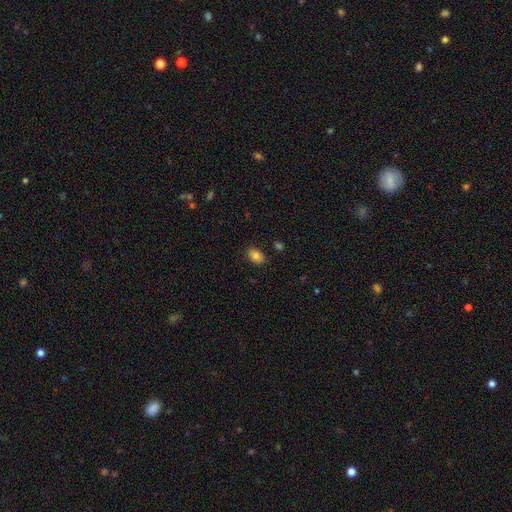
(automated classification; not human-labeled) Smooth or featured?
  - smooth: 84% *
  - star or artifact: 9%
  - featured or disk: 7%
How rounded?
  - in between: 77% *
  - round: 22%
  - cigar-shaped: 1%
Merging?
  - none: 86% *
  - minor disturbance: 10%
  - major disturbance: 2%
  - merger: 2%